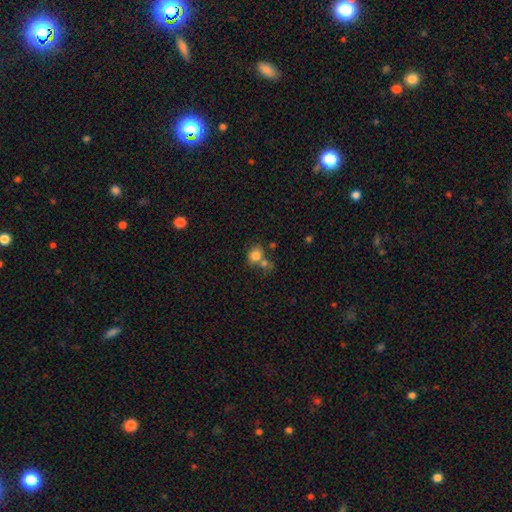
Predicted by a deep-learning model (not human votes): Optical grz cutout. It shows a smooth galaxy with no disk features (80%) that is round (67%). Merging: none (47%).